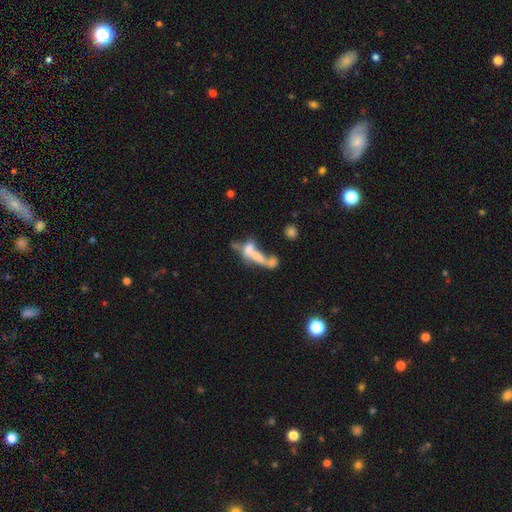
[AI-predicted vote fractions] Morphology: type=featured or disk (47%); merging=merger (56%).